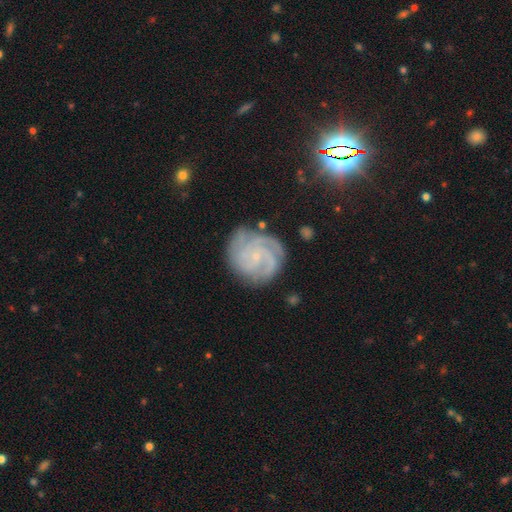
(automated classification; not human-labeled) Smooth or featured? Predicted: featured or disk (p=0.85). Edge-on disk? Predicted: no (p=0.98). Bar? Predicted: no (p=0.73). Spiral arms? Predicted: yes (p=0.97). Spiral winding? Predicted: tight (p=0.68). Spiral arm count? Predicted: 3 (p=0.36). Bulge size? Predicted: small (p=0.84). Merging? Predicted: none (p=0.74).